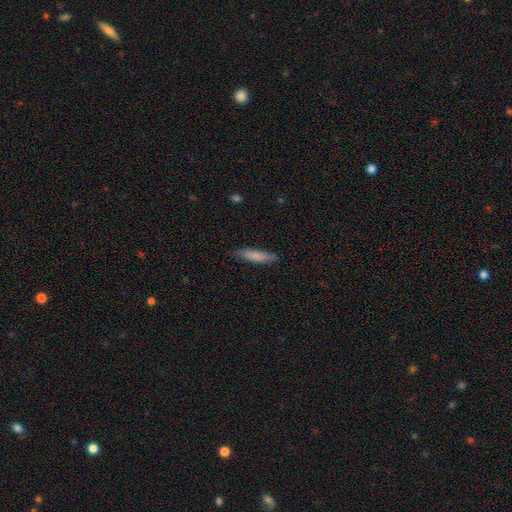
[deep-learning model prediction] Smooth or featured? smooth (77%)
How rounded? cigar-shaped (82%)
Merging? none (82%)